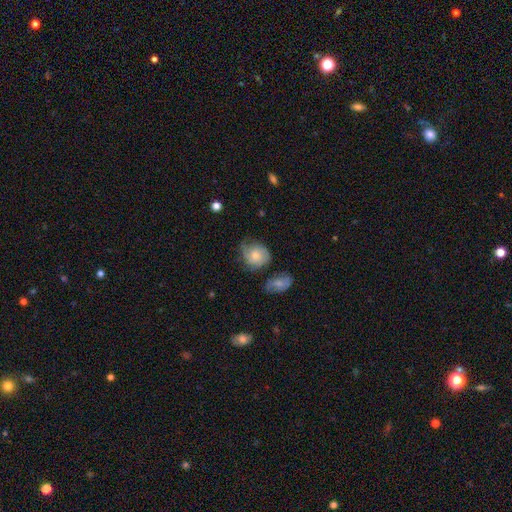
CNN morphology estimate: type=smooth (50%); merging=none (47%).